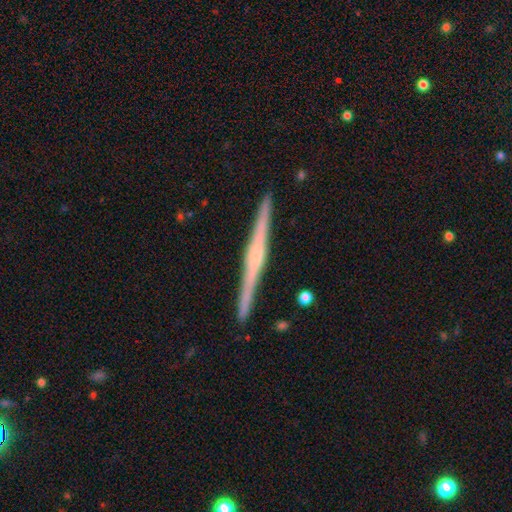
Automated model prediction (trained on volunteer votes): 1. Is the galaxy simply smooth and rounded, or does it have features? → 79% featured or disk, 15% smooth, 5% star or artifact.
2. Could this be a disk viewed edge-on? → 98% yes, 2% no.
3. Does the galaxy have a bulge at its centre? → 49% rounded, 26% none, 26% boxy.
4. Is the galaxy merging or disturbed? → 92% none, 6% minor disturbance, 1% major disturbance, 1% merger.